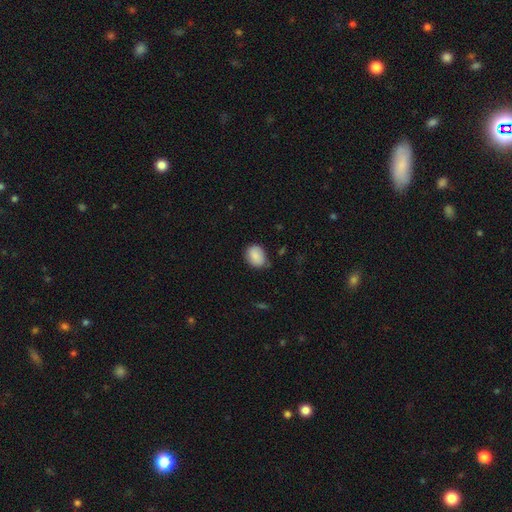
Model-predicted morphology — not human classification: Smooth or featured? Predicted: smooth (p=0.86). How rounded? Predicted: in between (p=0.62). Merging? Predicted: none (p=0.69).